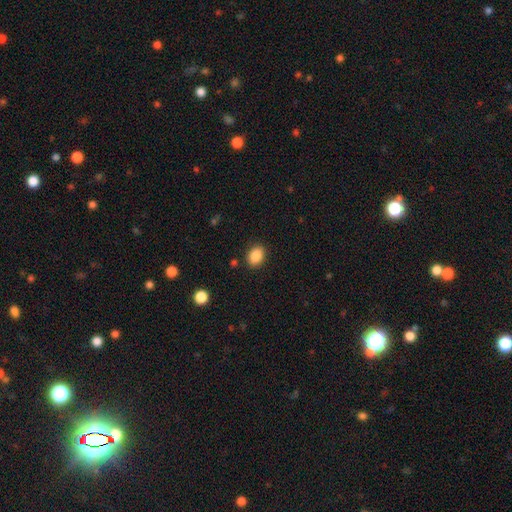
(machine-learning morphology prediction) Smooth or featured?
  - smooth: 87% *
  - star or artifact: 9%
  - featured or disk: 4%
How rounded?
  - in between: 67% *
  - round: 32%
  - cigar-shaped: 1%
Merging?
  - none: 86% *
  - minor disturbance: 9%
  - major disturbance: 3%
  - merger: 2%